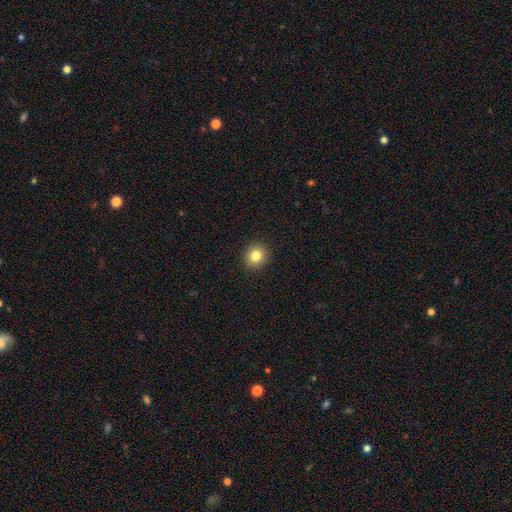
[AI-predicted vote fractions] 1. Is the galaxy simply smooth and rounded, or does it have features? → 83% smooth, 11% star or artifact, 7% featured or disk.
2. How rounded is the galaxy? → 85% round, 14% in between, 1% cigar-shaped.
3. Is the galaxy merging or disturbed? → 92% none, 5% minor disturbance, 2% major disturbance, 1% merger.